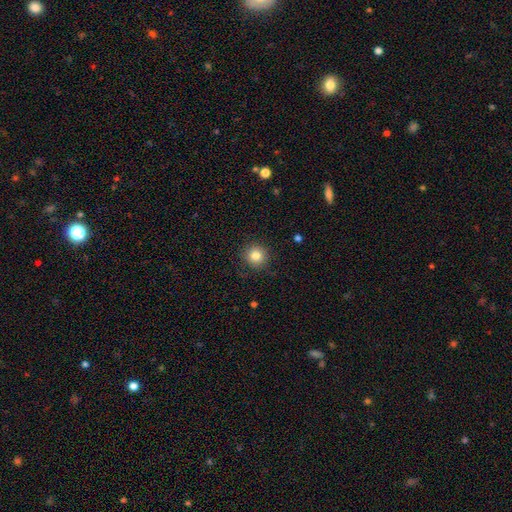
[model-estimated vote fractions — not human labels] smooth_or_featured: smooth (p=0.82) [alt: star or artifact p=0.11]
how_rounded: round (p=0.93) [alt: in between p=0.06]
merging: none (p=0.88) [alt: minor disturbance p=0.08]